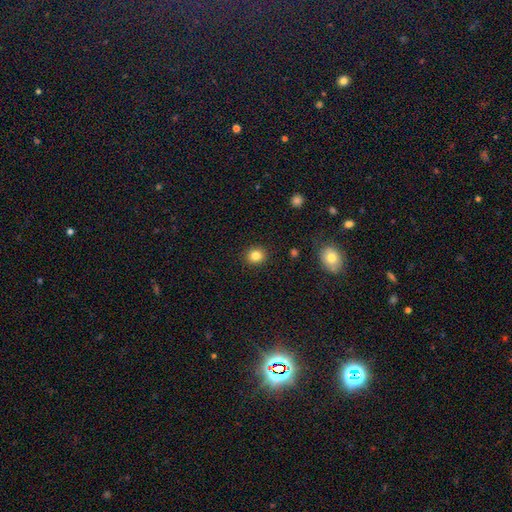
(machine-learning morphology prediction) This appears to be a smooth galaxy with no disk features (83%) that is round (81%). Merging: none (91%).